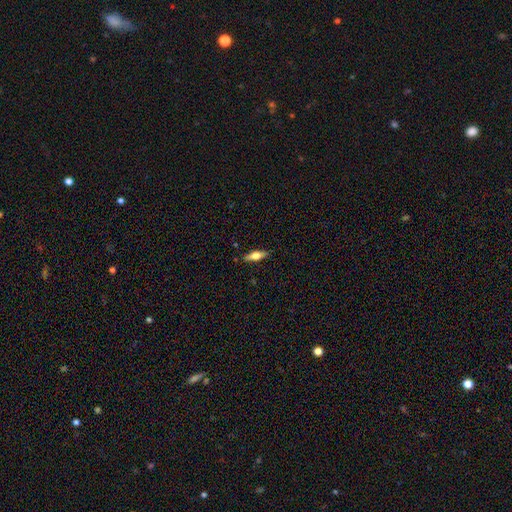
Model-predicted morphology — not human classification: A smooth galaxy with no disk features (49%).

Vote fractions:
- Smooth or featured? smooth: 49% / featured or disk: 44% / star or artifact: 7%
- Merging? none: 87% / minor disturbance: 10% / major disturbance: 2% / merger: 1%